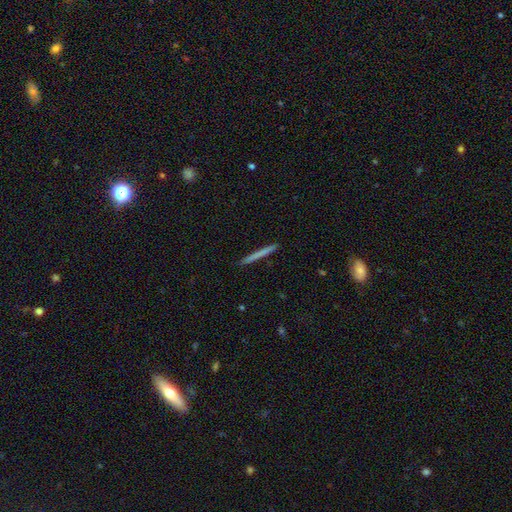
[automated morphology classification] A smooth galaxy with no disk features (55%) that is cigar-shaped (97%).

Vote fractions:
- Smooth or featured? smooth: 55% / featured or disk: 38% / star or artifact: 6%
- How rounded? cigar-shaped: 97% / in between: 2% / round: 2%
- Merging? none: 92% / minor disturbance: 6% / major disturbance: 1% / merger: 1%